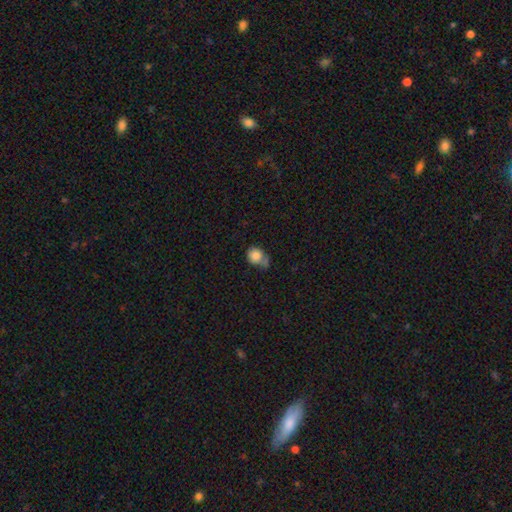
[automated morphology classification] smooth-or-featured: smooth: 81% | featured or disk: 10% | star or artifact: 9%
  how-rounded: round: 72% | in between: 27% | cigar-shaped: 1%
  merging: none: 40% | minor disturbance: 25% | merger: 23% | major disturbance: 12%